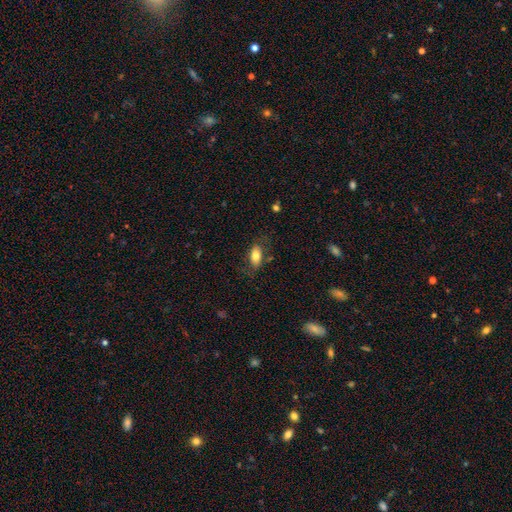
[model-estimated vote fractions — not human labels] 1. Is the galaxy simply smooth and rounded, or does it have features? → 75% smooth, 18% featured or disk, 7% star or artifact.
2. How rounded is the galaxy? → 88% in between, 7% cigar-shaped, 4% round.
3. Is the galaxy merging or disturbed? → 69% none, 19% minor disturbance, 9% major disturbance, 3% merger.